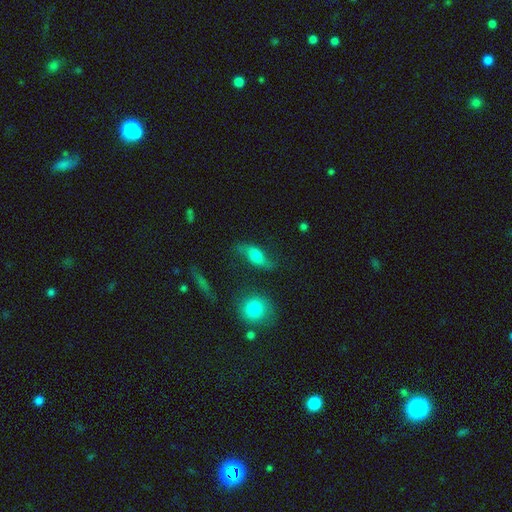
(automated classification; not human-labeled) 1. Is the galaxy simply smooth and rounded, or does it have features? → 52% featured or disk, 38% smooth, 10% star or artifact.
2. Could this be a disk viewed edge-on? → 78% no, 22% yes.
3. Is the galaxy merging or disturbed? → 64% none, 21% minor disturbance, 11% major disturbance, 5% merger.